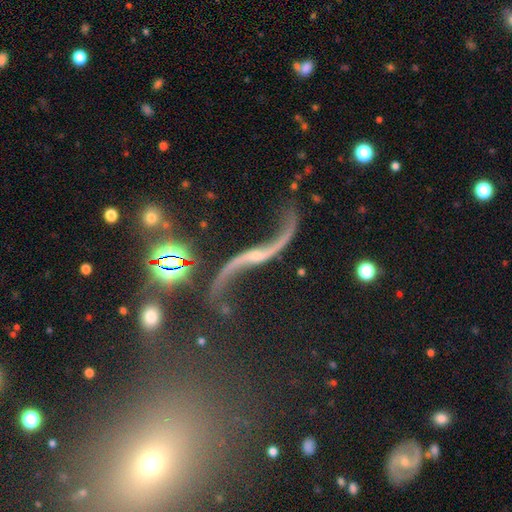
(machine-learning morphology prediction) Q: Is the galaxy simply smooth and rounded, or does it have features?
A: featured or disk — 82%.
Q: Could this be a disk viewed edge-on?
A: no — 87%.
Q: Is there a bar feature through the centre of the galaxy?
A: no — 47%.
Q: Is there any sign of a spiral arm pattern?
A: yes — 93%.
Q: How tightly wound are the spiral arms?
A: loose — 94%.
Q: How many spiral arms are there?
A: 2 — 92%.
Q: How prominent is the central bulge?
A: small — 59%.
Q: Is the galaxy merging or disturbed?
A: none — 53%.